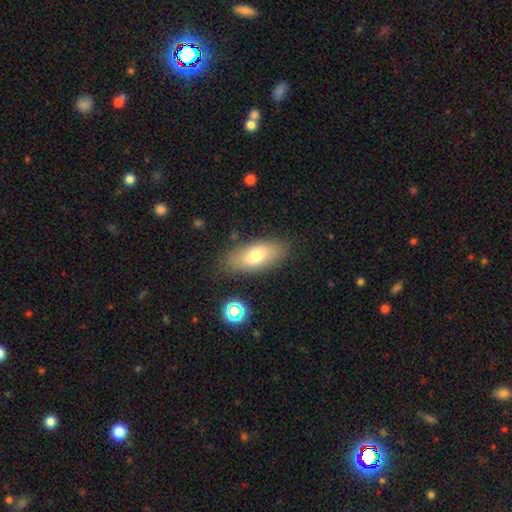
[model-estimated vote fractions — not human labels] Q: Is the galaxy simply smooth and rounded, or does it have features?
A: smooth — 73%.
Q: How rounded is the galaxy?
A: in between — 86%.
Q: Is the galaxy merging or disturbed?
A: none — 81%.